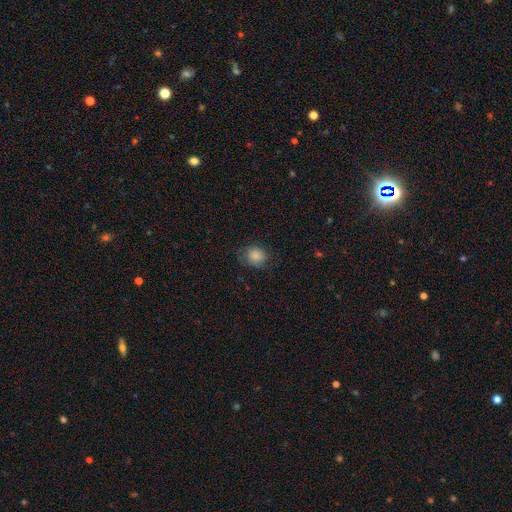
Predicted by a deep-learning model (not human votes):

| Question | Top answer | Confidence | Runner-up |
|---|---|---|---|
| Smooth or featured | smooth | 82% | featured or disk (9%) |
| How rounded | round | 75% | in between (24%) |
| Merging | none | 70% | minor disturbance (21%) |